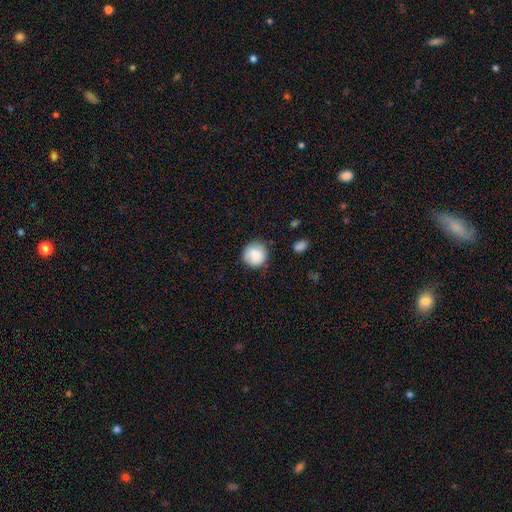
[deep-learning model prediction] Morphology: type=smooth (86%); roundness=round (93%); merging=none (82%).